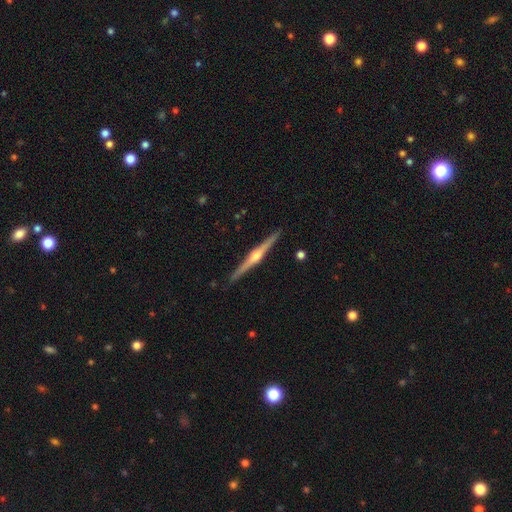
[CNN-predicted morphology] Smooth or featured: featured or disk — 83% (smooth — 12%)
Edge-on disk: yes — 99% (no — 1%)
Edge-on bulge: rounded — 93% (boxy — 4%)
Merging: none — 91% (minor disturbance — 6%)